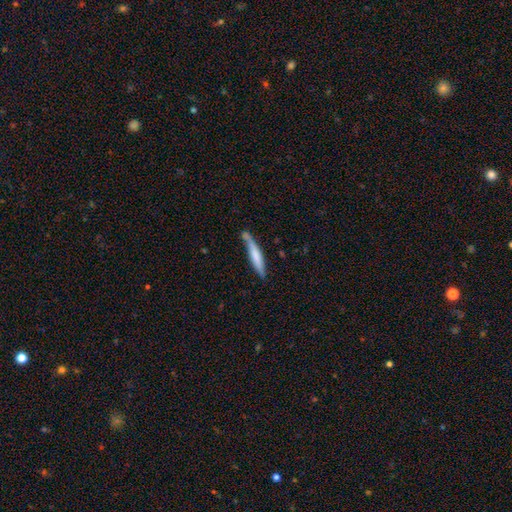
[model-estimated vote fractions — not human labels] Morphology: type=smooth (66%); roundness=cigar-shaped (91%); merging=none (61%).